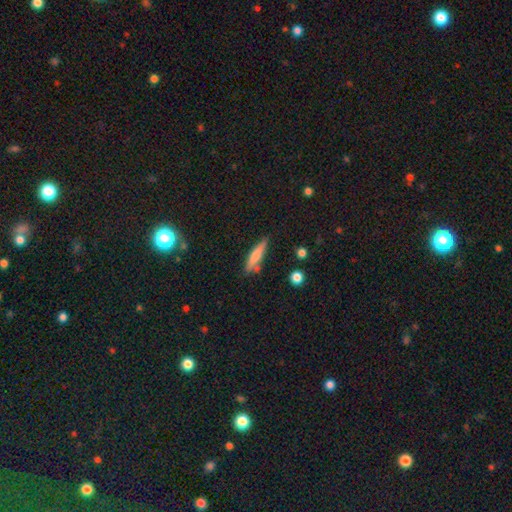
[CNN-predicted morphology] Smooth or featured? smooth (66%)
How rounded? cigar-shaped (82%)
Merging? none (74%)